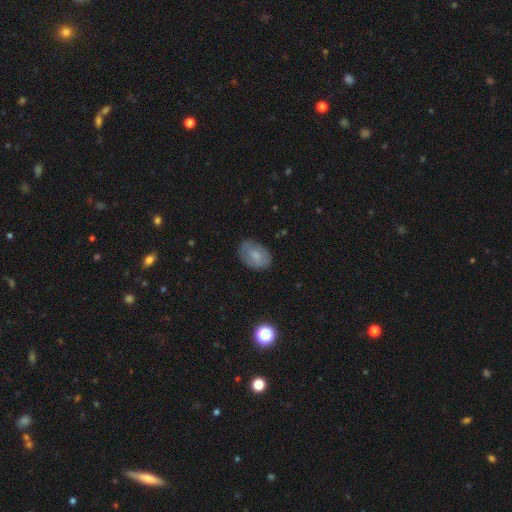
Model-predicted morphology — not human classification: Smooth or featured?
  - smooth: 72% *
  - featured or disk: 20%
  - star or artifact: 8%
How rounded?
  - in between: 85% *
  - round: 13%
  - cigar-shaped: 1%
Merging?
  - none: 77% *
  - minor disturbance: 18%
  - major disturbance: 5%
  - merger: 1%